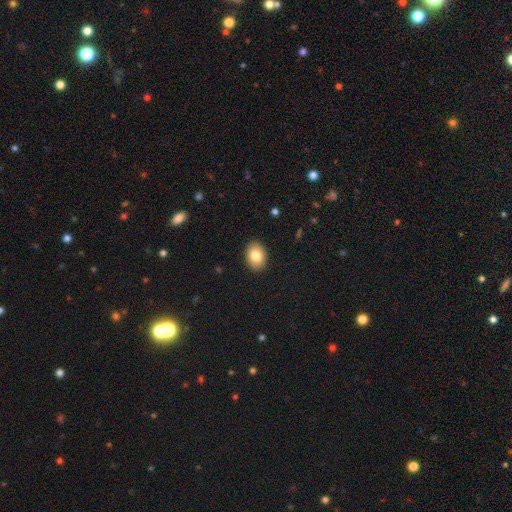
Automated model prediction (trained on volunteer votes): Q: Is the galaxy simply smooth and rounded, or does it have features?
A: smooth — 83%.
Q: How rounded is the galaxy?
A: in between — 81%.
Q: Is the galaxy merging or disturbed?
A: none — 91%.